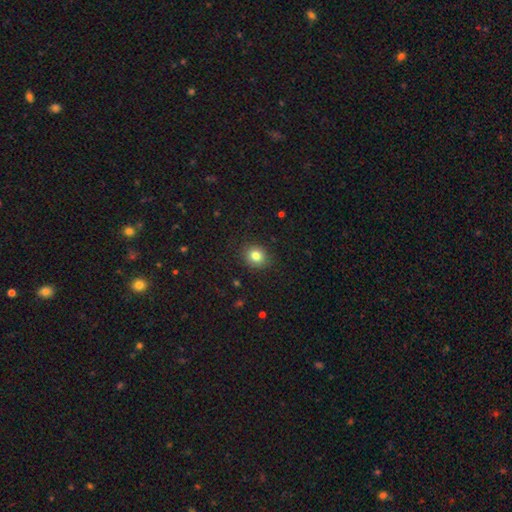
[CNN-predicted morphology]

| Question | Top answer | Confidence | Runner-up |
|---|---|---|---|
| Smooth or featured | smooth | 82% | star or artifact (11%) |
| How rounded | round | 77% | in between (22%) |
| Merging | none | 88% | minor disturbance (9%) |